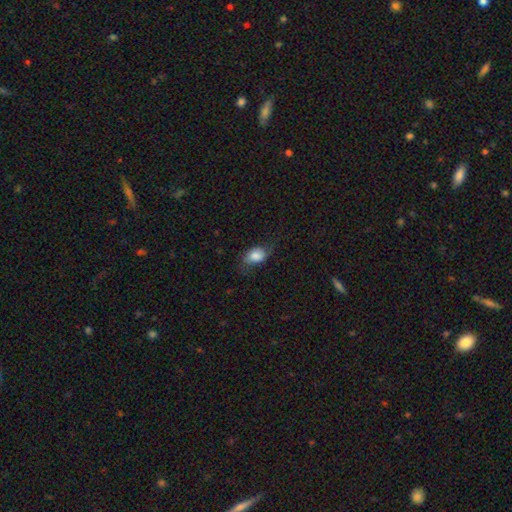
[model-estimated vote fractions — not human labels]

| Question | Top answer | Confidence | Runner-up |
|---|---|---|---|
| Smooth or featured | smooth | 79% | featured or disk (13%) |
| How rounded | in between | 79% | round (19%) |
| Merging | none | 59% | minor disturbance (26%) |